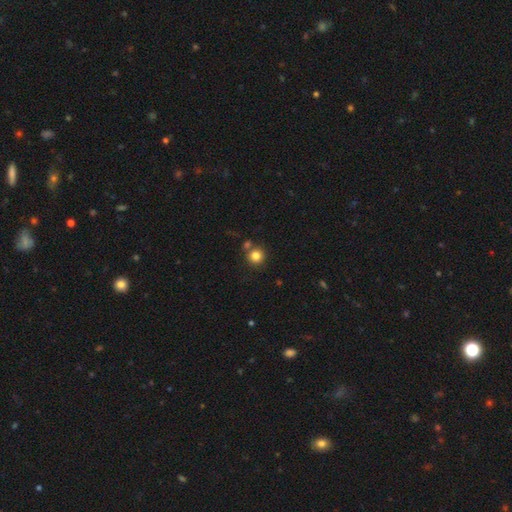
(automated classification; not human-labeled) Smooth or featured?
  - smooth: 82% *
  - star or artifact: 12%
  - featured or disk: 6%
How rounded?
  - round: 93% *
  - in between: 6%
  - cigar-shaped: 1%
Merging?
  - none: 75% *
  - merger: 15%
  - minor disturbance: 8%
  - major disturbance: 3%